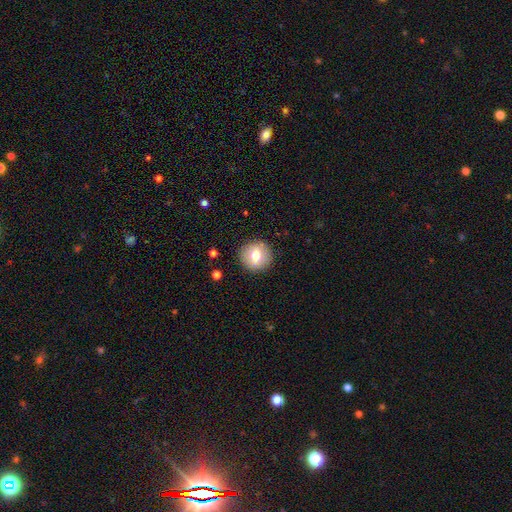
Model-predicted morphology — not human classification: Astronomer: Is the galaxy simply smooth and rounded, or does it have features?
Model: smooth — 67%.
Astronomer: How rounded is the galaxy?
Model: round — 90%.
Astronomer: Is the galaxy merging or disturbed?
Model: none — 90%.